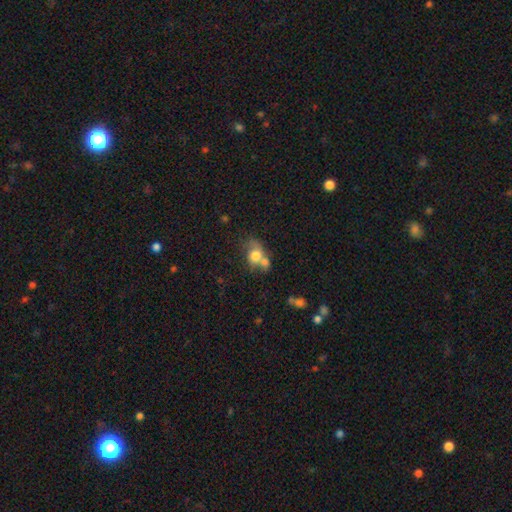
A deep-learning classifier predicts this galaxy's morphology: Smooth or featured: smooth — 71% (featured or disk — 20%)
How rounded: round — 50% (in between — 48%)
Merging: merger — 56% (none — 22%)